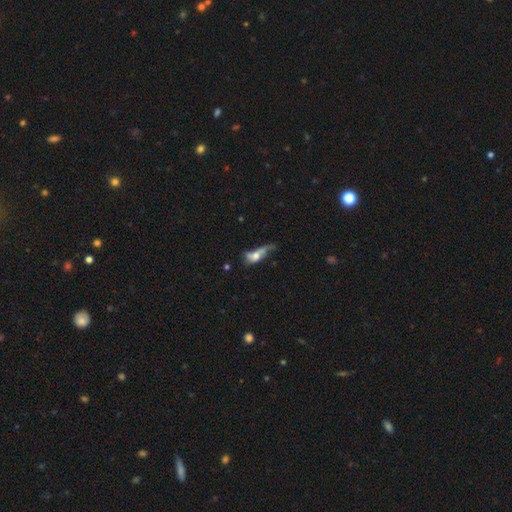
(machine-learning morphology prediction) Q: Smooth or featured?
A: smooth (50%); runner-up: featured or disk (40%)
Q: Merging?
A: major disturbance (40%); runner-up: minor disturbance (21%)